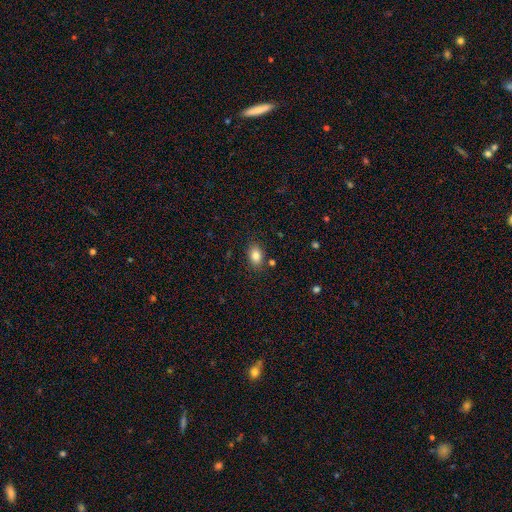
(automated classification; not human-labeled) Smooth or featured: smooth — 83% (star or artifact — 9%)
How rounded: in between — 79% (round — 19%)
Merging: none — 82% (minor disturbance — 11%)